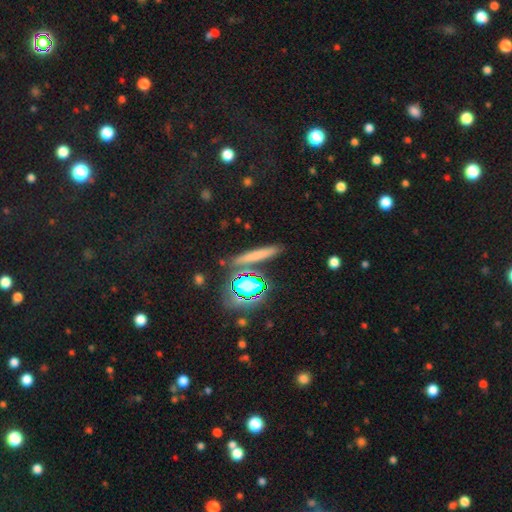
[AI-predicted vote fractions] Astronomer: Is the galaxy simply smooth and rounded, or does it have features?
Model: smooth — 62%.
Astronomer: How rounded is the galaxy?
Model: cigar-shaped — 80%.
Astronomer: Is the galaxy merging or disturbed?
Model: none — 84%.